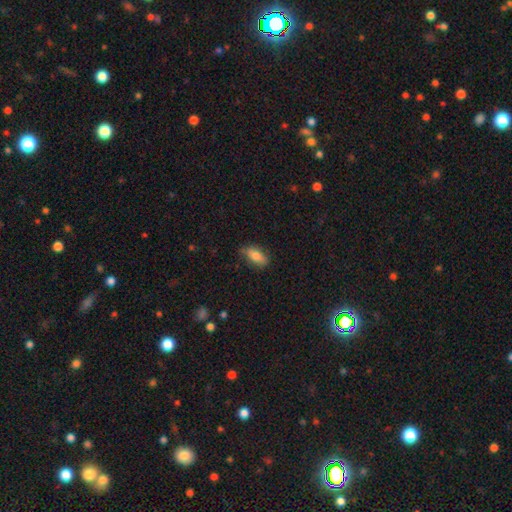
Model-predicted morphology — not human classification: type=smooth (79%); roundness=in between (82%); merging=none (75%).